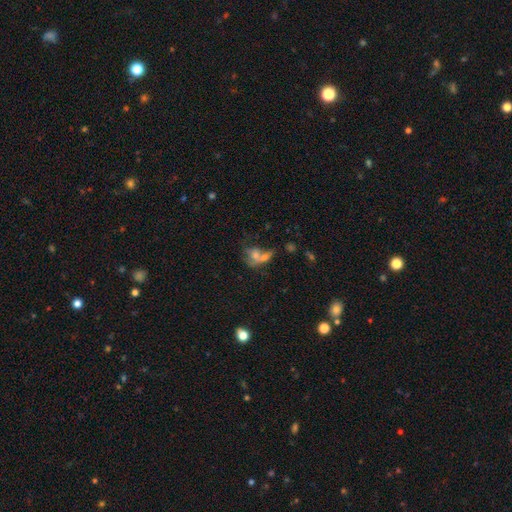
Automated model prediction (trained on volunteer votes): A smooth galaxy with no disk features (58%) that is in between round and cigar-shaped (63%).

Vote fractions:
- Smooth or featured? smooth: 58% / featured or disk: 26% / star or artifact: 17%
- How rounded? in between: 63% / round: 32% / cigar-shaped: 5%
- Merging? merger: 48% / none: 26% / major disturbance: 14% / minor disturbance: 12%